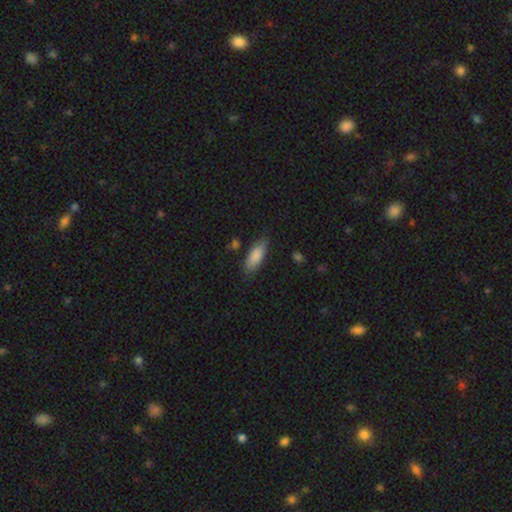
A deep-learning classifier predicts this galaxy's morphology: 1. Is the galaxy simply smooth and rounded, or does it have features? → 86% smooth, 8% featured or disk, 6% star or artifact.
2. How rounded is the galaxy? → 72% in between, 26% cigar-shaped, 2% round.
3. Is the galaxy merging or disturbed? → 79% none, 15% minor disturbance, 3% major disturbance, 2% merger.